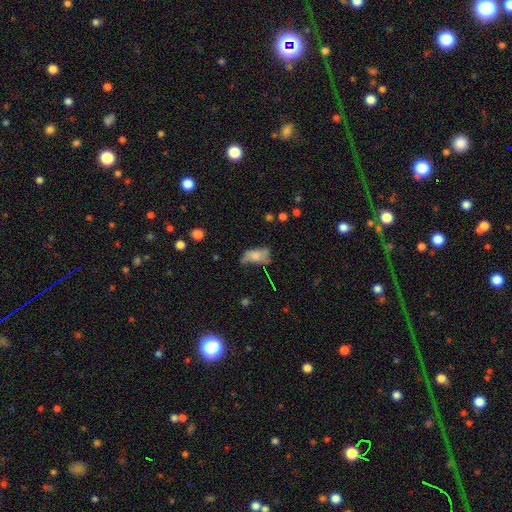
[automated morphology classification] smooth-or-featured: smooth: 58% | featured or disk: 30% | star or artifact: 11%
  how-rounded: in between: 87% | round: 7% | cigar-shaped: 6%
  merging: none: 35% | minor disturbance: 31% | major disturbance: 28% | merger: 6%